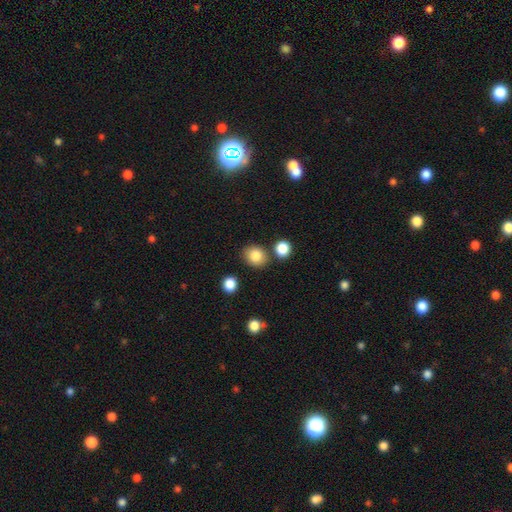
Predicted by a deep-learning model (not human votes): This is clearly a smooth galaxy (85%). How rounded: likely round (65%). Merging: likely none (78%).